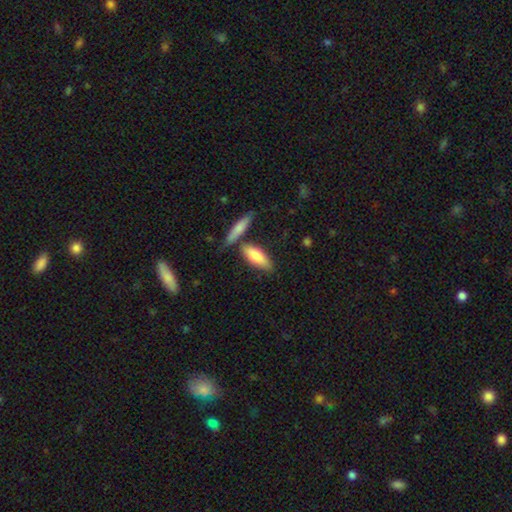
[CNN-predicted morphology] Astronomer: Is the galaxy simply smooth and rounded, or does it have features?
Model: smooth — 76%.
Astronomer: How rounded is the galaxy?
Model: in between — 60% (runner-up: cigar-shaped, 37%).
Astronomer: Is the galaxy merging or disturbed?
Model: none — 65%.